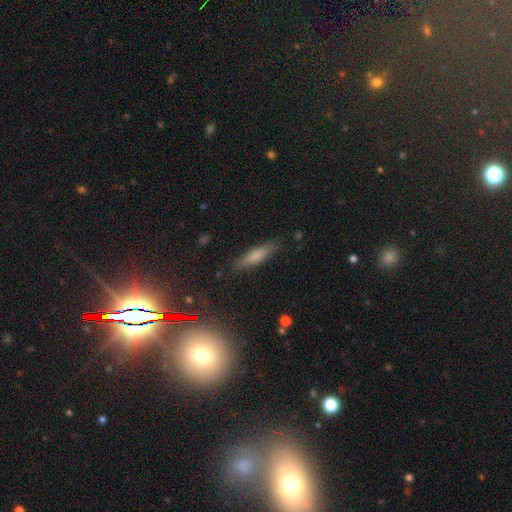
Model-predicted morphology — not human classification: The model was most divided on "how rounded": cigar-shaped: 73%, in between: 25%, round: 2%. More confident: merging — none (85%); smooth or featured — smooth (71%).